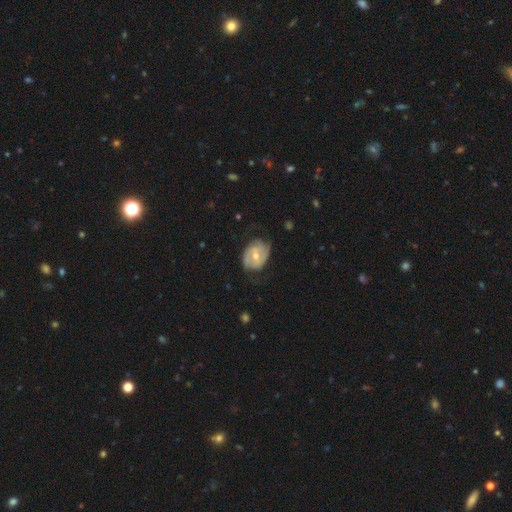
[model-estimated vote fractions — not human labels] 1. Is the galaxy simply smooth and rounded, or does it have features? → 60% featured or disk, 34% smooth, 6% star or artifact.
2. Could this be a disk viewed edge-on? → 96% no, 4% yes.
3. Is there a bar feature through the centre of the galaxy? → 44% no, 41% weak, 15% strong.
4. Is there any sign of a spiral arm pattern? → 69% yes, 31% no.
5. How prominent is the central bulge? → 63% moderate, 33% small, 2% large, 1% none, 1% dominant.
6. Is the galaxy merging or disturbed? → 60% none, 27% minor disturbance, 11% major disturbance, 1% merger.